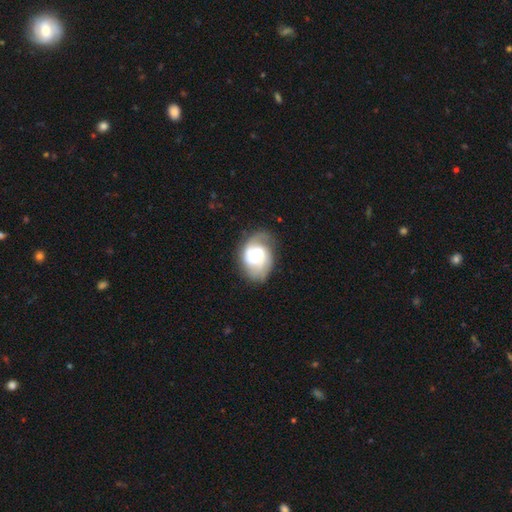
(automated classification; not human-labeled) Smooth or featured: featured or disk — 74% (smooth — 20%)
Edge-on disk: no — 98% (yes — 2%)
Bar: no — 56% (weak — 37%)
Spiral arms: yes — 91% (no — 9%)
Spiral winding: tight — 43% (medium — 42%)
Spiral arm count: 2 — 68% (can't tell — 16%)
Bulge size: moderate — 46% (small — 42%)
Merging: none — 64% (minor disturbance — 23%)